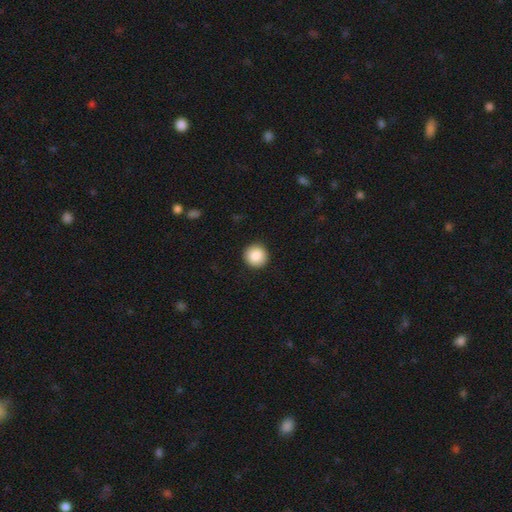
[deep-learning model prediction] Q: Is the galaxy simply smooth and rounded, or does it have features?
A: smooth — 88%.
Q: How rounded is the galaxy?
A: round — 95%.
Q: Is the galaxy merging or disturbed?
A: none — 92%.